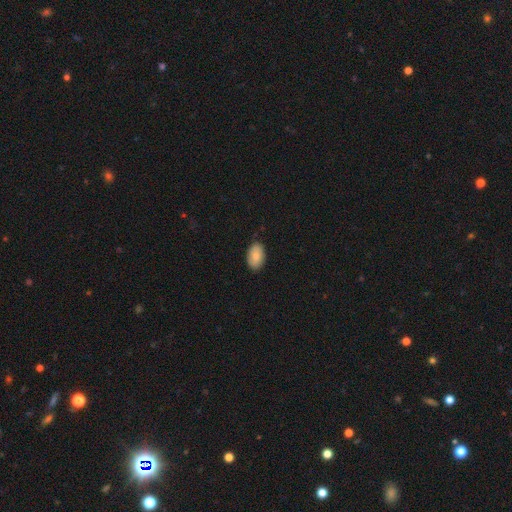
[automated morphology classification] The model was most divided on "smooth or featured": smooth: 83%, featured or disk: 10%, star or artifact: 7%. More confident: how rounded — in between (92%); merging — none (86%).